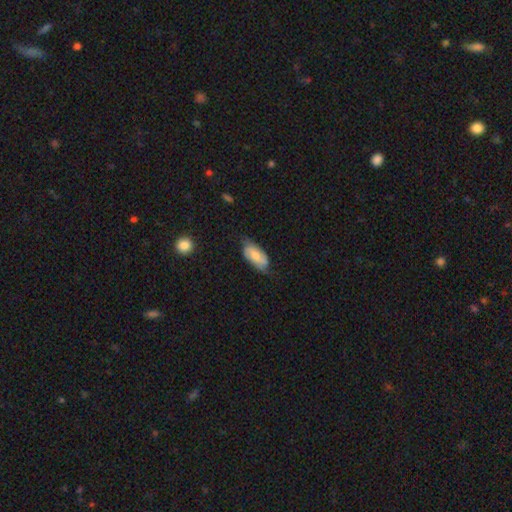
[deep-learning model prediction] Q: Smooth or featured?
A: smooth (65%); runner-up: featured or disk (29%)
Q: How rounded?
A: in between (91%); runner-up: cigar-shaped (7%)
Q: Merging?
A: none (61%); runner-up: minor disturbance (31%)